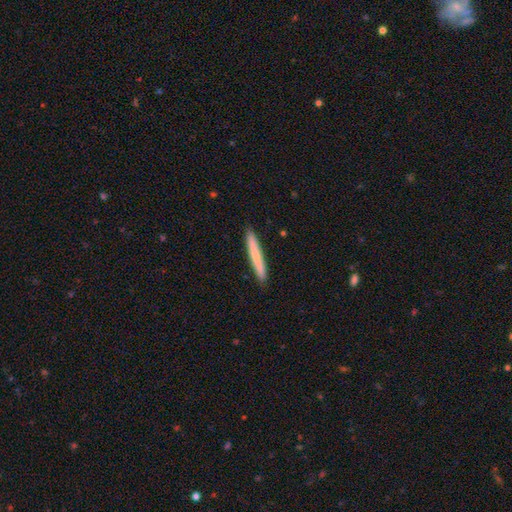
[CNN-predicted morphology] smooth_or_featured: smooth (p=0.73) [alt: featured or disk p=0.22]
how_rounded: cigar-shaped (p=0.97) [alt: in between p=0.02]
merging: none (p=0.92) [alt: minor disturbance p=0.06]